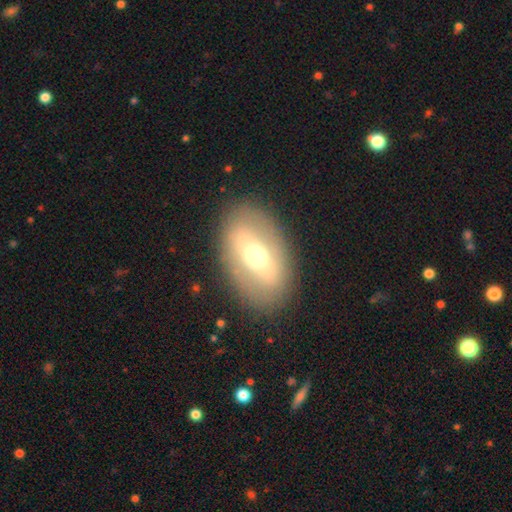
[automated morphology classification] Smooth or featured: featured or disk — 48% (smooth — 44%)
Merging: none — 85% (minor disturbance — 10%)